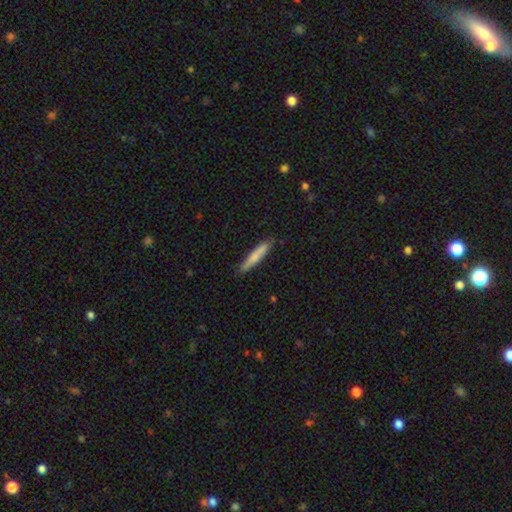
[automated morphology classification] type=smooth (76%); roundness=cigar-shaped (92%); merging=none (86%).